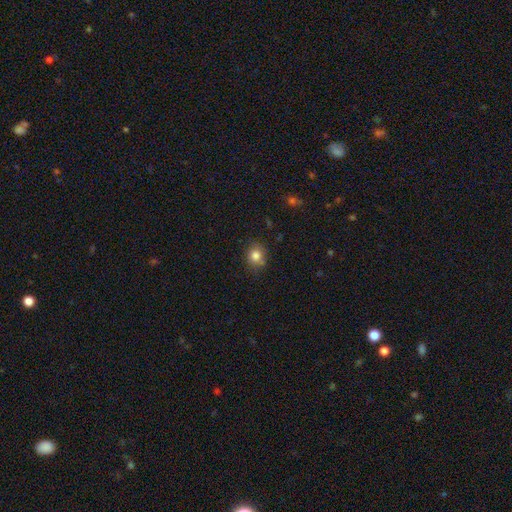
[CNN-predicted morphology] Smooth or featured?
  - smooth: 82% *
  - star or artifact: 11%
  - featured or disk: 7%
How rounded?
  - round: 75% *
  - in between: 24%
  - cigar-shaped: 1%
Merging?
  - none: 76% *
  - minor disturbance: 16%
  - merger: 5%
  - major disturbance: 3%